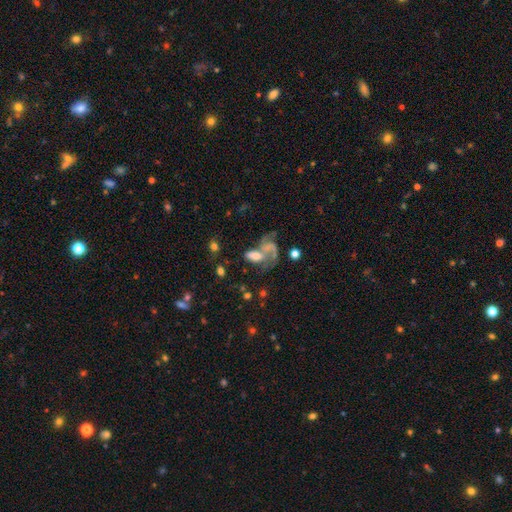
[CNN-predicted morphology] Overall: featured or disk (47%; smooth 38%). Merging: merger (39%; major disturbance 27%).